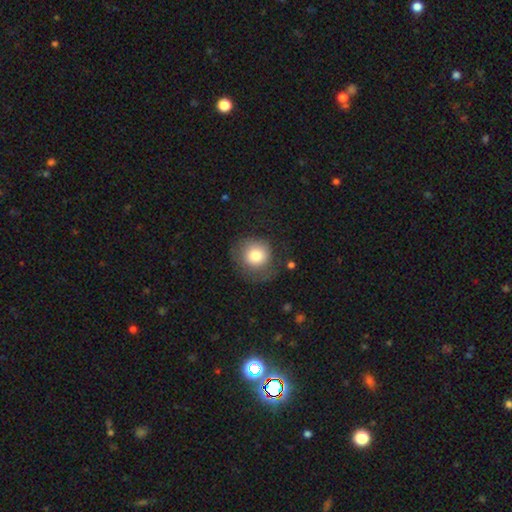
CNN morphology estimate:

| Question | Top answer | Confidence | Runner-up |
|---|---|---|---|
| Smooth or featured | smooth | 77% | featured or disk (14%) |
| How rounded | round | 89% | in between (10%) |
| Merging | none | 62% | minor disturbance (22%) |